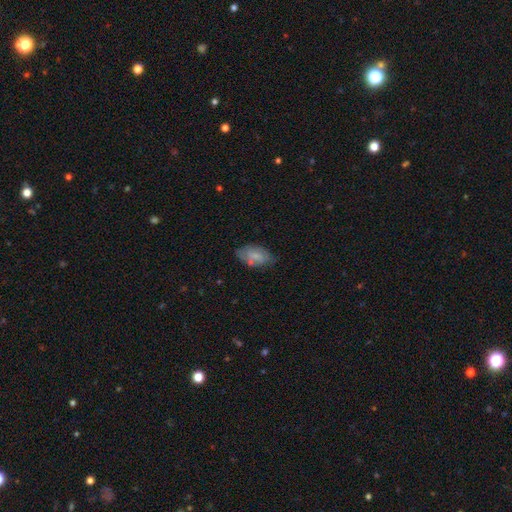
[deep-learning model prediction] Smooth or featured?
  - smooth: 68% *
  - featured or disk: 25%
  - star or artifact: 8%
How rounded?
  - in between: 93% *
  - round: 4%
  - cigar-shaped: 3%
Merging?
  - none: 57% *
  - minor disturbance: 29%
  - major disturbance: 8%
  - merger: 6%